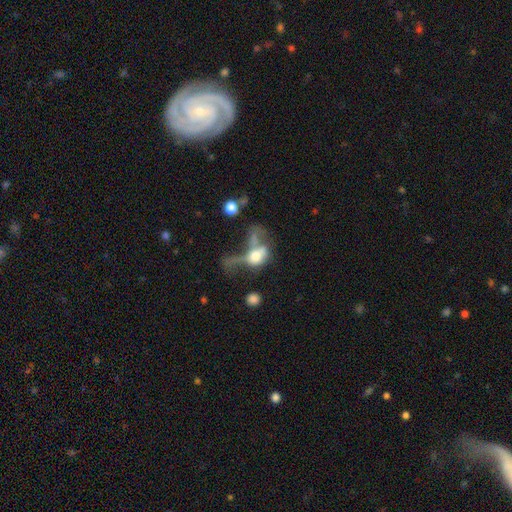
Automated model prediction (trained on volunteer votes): smooth-or-featured: smooth: 46% | featured or disk: 42% | star or artifact: 12%
  merging: major disturbance: 46% | merger: 32% | none: 13% | minor disturbance: 9%